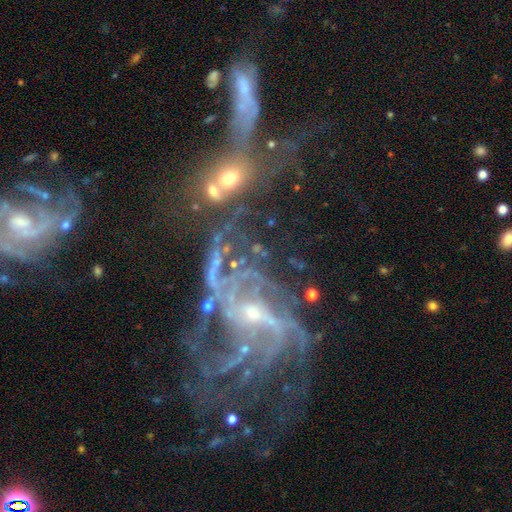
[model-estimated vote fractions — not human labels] smooth_or_featured: featured or disk (p=0.78) [alt: star or artifact p=0.15]
disk_edge_on: no (p=0.97) [alt: yes p=0.03]
bar: no (p=0.41) [alt: weak p=0.35]
has_spiral_arms: yes (p=0.88) [alt: no p=0.12]
spiral_winding: medium (p=0.42) [alt: loose p=0.38]
spiral_arm_count: 2 (p=0.26) [alt: 3 p=0.22]
bulge_size: small (p=0.65) [alt: moderate p=0.22]
merging: none (p=0.35) [alt: major disturbance p=0.31]